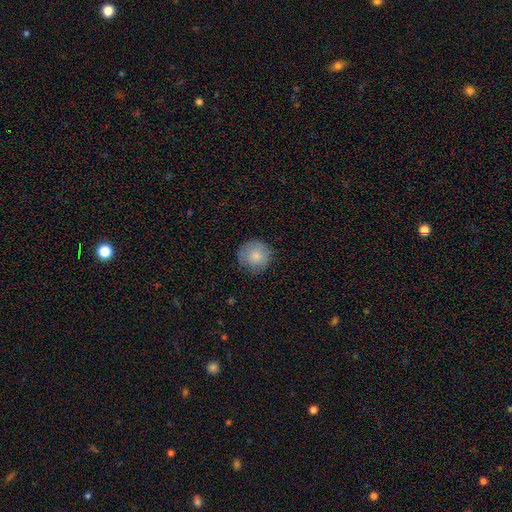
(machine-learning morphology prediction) Smooth or featured: smooth — 82% (featured or disk — 11%)
How rounded: round — 94% (in between — 5%)
Merging: none — 80% (minor disturbance — 15%)